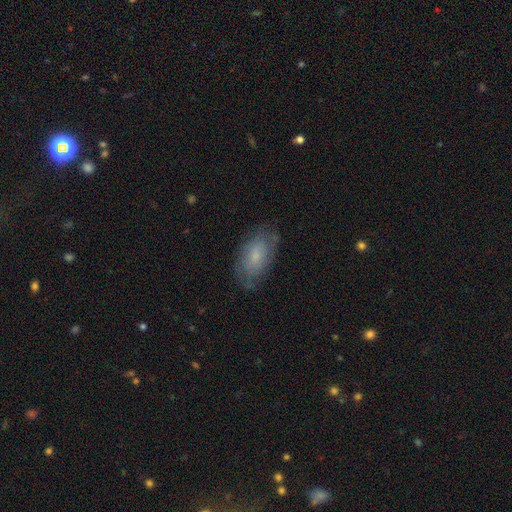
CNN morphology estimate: Smooth or featured? smooth (63%)
How rounded? in between (92%)
Merging? none (73%)